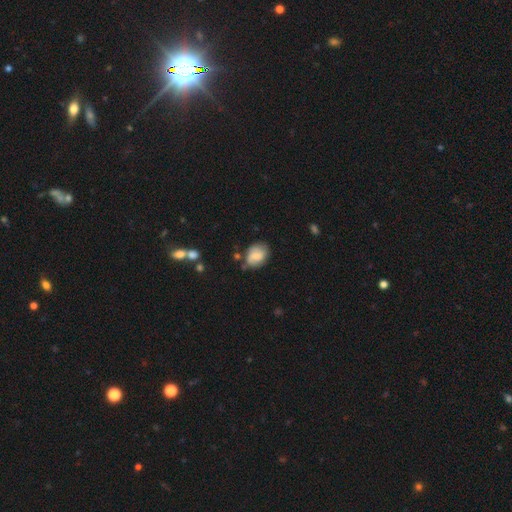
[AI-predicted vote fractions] Morphology: type=smooth (73%); roundness=in between (69%); merging=none (62%).